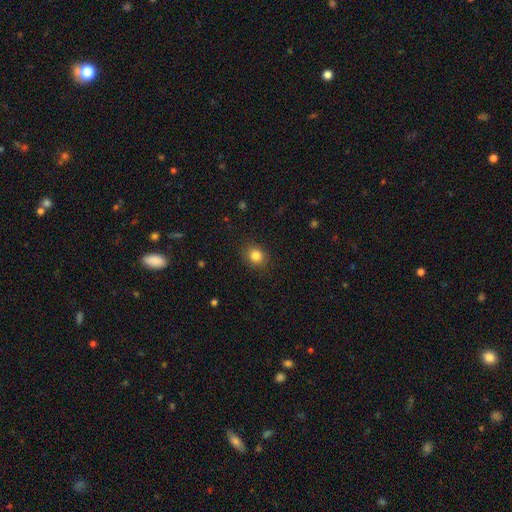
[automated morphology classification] A smooth galaxy with no disk features (83%) that is round (72%).

Vote fractions:
- Smooth or featured? smooth: 83% / star or artifact: 11% / featured or disk: 6%
- How rounded? round: 72% / in between: 27% / cigar-shaped: 1%
- Merging? none: 89% / minor disturbance: 8% / major disturbance: 2% / merger: 1%